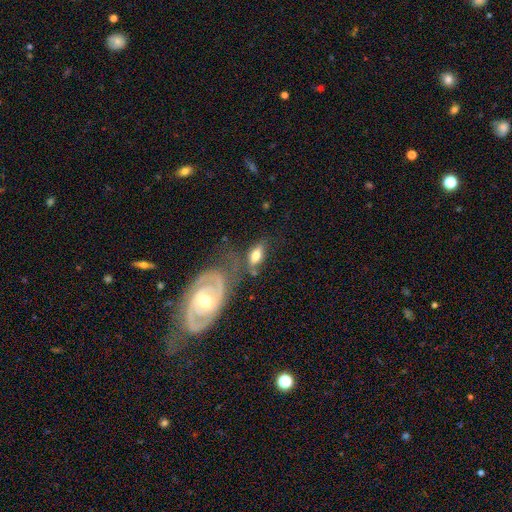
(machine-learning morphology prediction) Smooth or featured? Predicted: smooth (p=0.54). How rounded? Predicted: in between (p=0.84). Merging? Predicted: none (p=0.43).